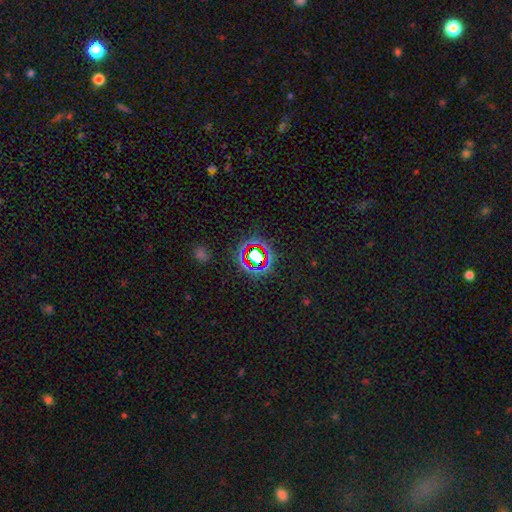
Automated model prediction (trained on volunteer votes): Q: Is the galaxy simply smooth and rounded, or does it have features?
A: star or artifact — 68%.